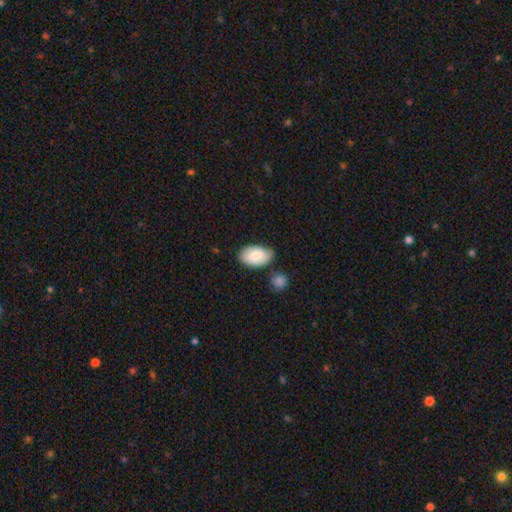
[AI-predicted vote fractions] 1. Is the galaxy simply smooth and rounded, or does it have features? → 80% smooth, 14% featured or disk, 6% star or artifact.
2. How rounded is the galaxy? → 94% in between, 4% round, 2% cigar-shaped.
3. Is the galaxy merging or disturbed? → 67% none, 21% minor disturbance, 7% merger, 4% major disturbance.